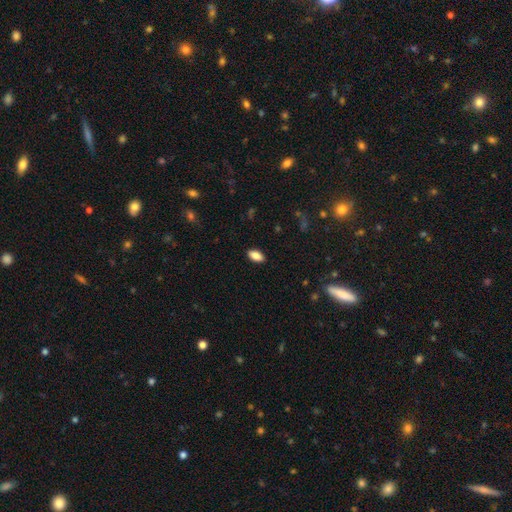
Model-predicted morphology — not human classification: A smooth galaxy with no disk features (86%) that is in between round and cigar-shaped (92%). Merging: none (89%).